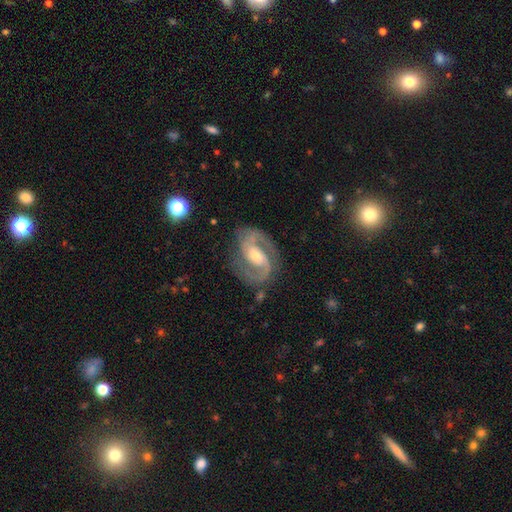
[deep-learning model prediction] featured or disk 91%, star or artifact 5%, smooth 4%. Down the decision tree: edge-on disk — no (98%); bar — weak (46%); spiral arms — yes (98%); spiral arm count — 2 (92%); spiral winding — medium (58%); bulge size — moderate (54%); merging — none (78%).